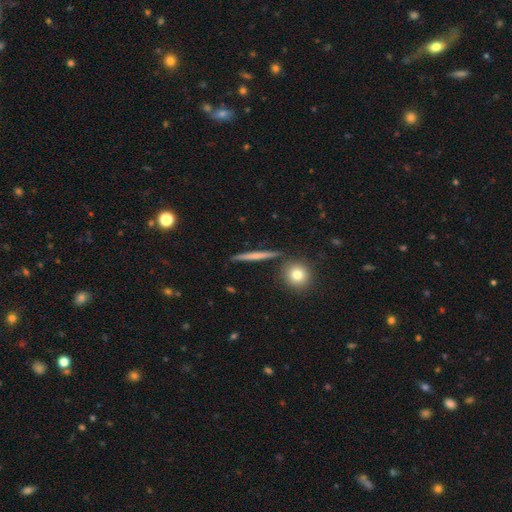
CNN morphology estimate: Smooth or featured? Predicted: smooth (p=0.47). Merging? Predicted: none (p=0.89).